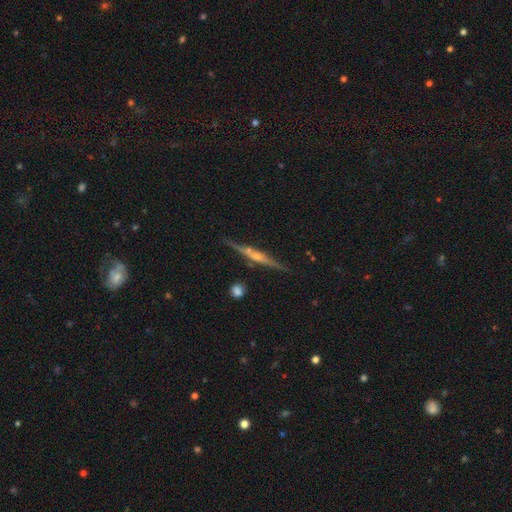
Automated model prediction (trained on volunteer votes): A featured or disk galaxy (79%) viewed edge-on (98%) with a rounded central bulge (71%).

Vote fractions:
- Smooth or featured? featured or disk: 79% / smooth: 14% / star or artifact: 7%
- Edge-on disk? yes: 98% / no: 2%
- Edge-on bulge? rounded: 71% / none: 18% / boxy: 11%
- Merging? none: 84% / minor disturbance: 9% / merger: 4% / major disturbance: 2%